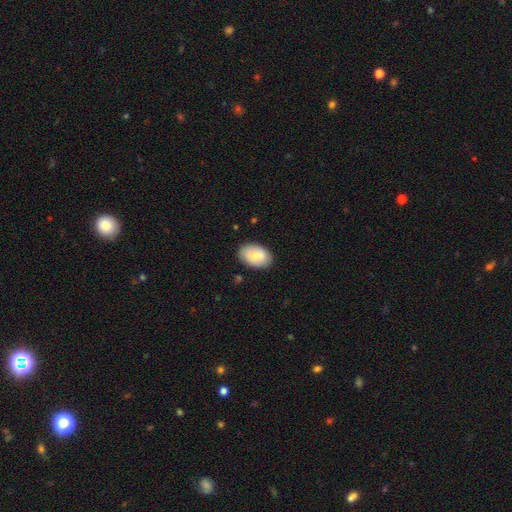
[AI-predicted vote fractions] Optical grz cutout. It shows a smooth galaxy with no disk features (77%) that is in between round and cigar-shaped (91%). Merging: none (86%).